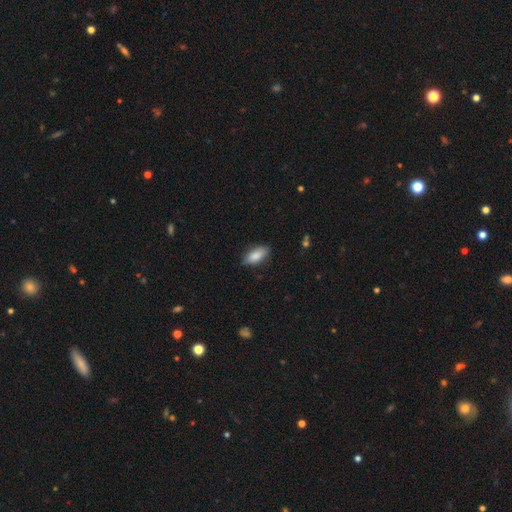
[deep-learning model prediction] Morphology: type=smooth (86%); roundness=in between (88%); merging=none (81%).